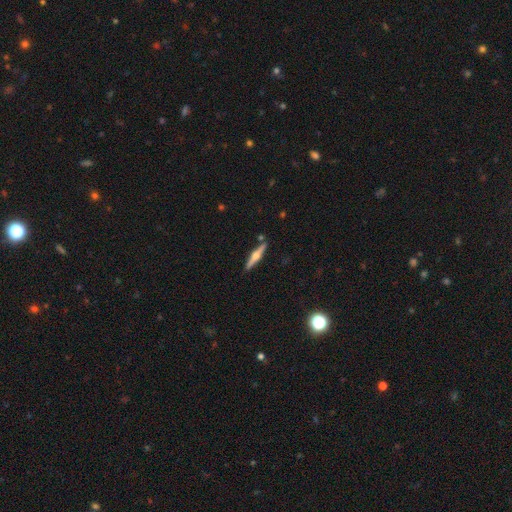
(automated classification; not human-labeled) Smooth or featured?
  - featured or disk: 73% *
  - smooth: 22%
  - star or artifact: 5%
Edge-on disk?
  - yes: 98% *
  - no: 2%
Edge-on bulge?
  - rounded: 93% *
  - boxy: 4%
  - none: 3%
Merging?
  - none: 88% *
  - minor disturbance: 7%
  - merger: 3%
  - major disturbance: 2%